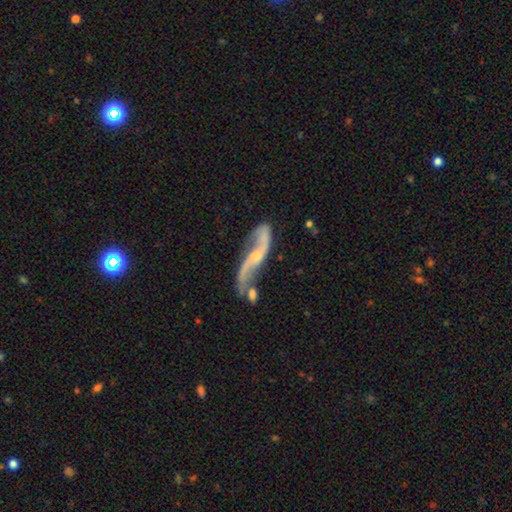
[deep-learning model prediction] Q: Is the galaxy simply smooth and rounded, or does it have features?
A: featured or disk — 86%.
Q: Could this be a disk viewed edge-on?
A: no — 83%.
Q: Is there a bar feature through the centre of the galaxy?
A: no — 50%.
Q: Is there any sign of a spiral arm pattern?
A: yes — 93%.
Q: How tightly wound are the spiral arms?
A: loose — 84%.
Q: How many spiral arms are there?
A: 2 — 92%.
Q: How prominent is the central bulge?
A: small — 64%.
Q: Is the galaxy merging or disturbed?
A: none — 51%.